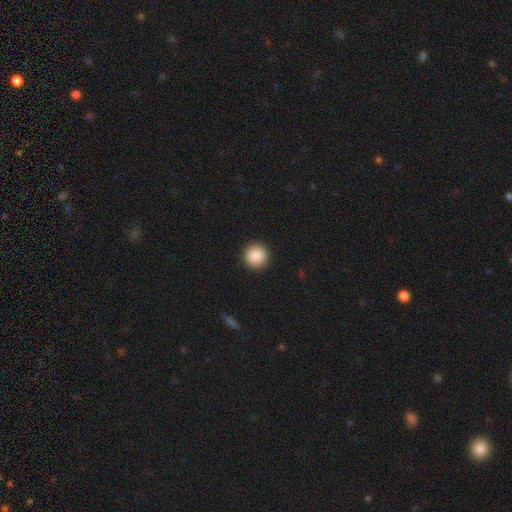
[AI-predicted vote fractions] Smooth or featured?
  - smooth: 89% *
  - star or artifact: 8%
  - featured or disk: 3%
How rounded?
  - round: 96% *
  - in between: 4%
  - cigar-shaped: 1%
Merging?
  - none: 93% *
  - minor disturbance: 4%
  - major disturbance: 2%
  - merger: 1%